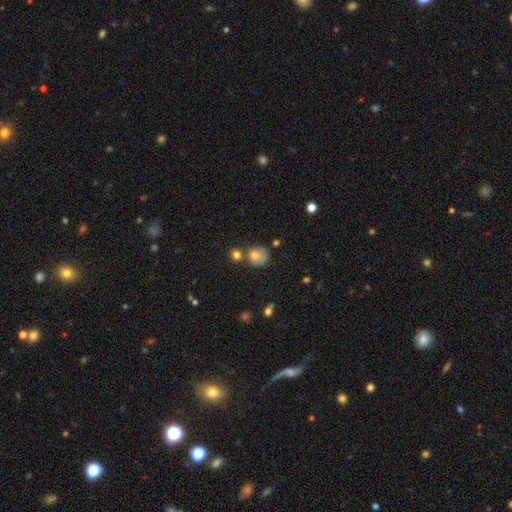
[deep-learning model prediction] Smooth or featured? Predicted: smooth (p=0.78). How rounded? Predicted: round (p=0.83). Merging? Predicted: none (p=0.59).